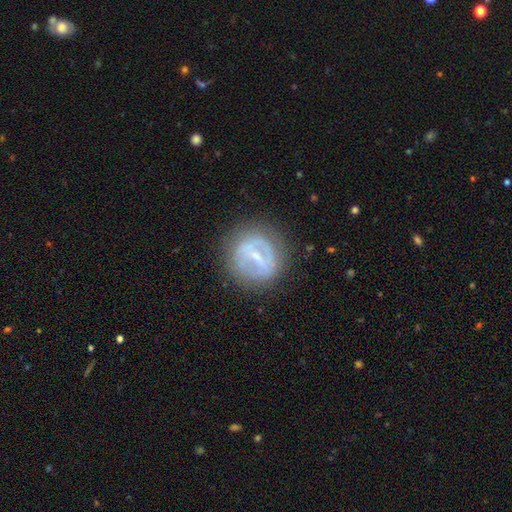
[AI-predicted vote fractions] Q: Smooth or featured?
A: featured or disk (68%); runner-up: smooth (24%)
Q: Edge-on disk?
A: no (92%); runner-up: yes (8%)
Q: Bar?
A: strong (60%); runner-up: weak (28%)
Q: Spiral arms?
A: no (68%); runner-up: yes (32%)
Q: Bulge size?
A: small (60%); runner-up: moderate (29%)
Q: Merging?
A: none (76%); runner-up: minor disturbance (14%)